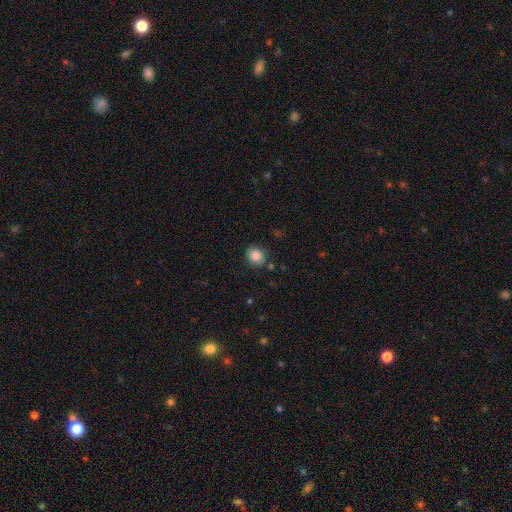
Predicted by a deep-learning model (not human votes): smooth_or_featured: smooth (p=0.86) [alt: star or artifact p=0.09]
how_rounded: round (p=0.66) [alt: in between p=0.33]
merging: none (p=0.83) [alt: minor disturbance p=0.11]